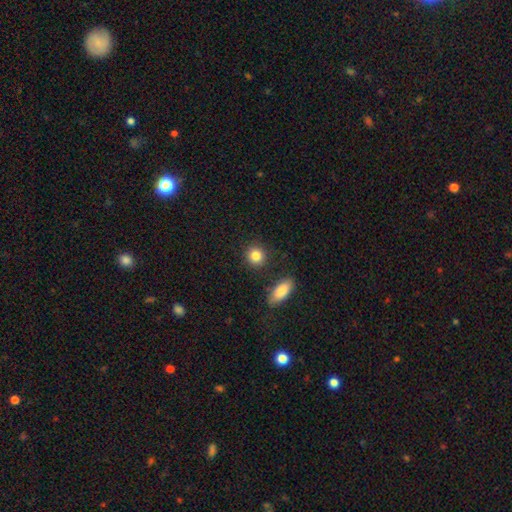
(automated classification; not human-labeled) Smooth or featured? smooth (85%)
How rounded? round (83%)
Merging? none (85%)